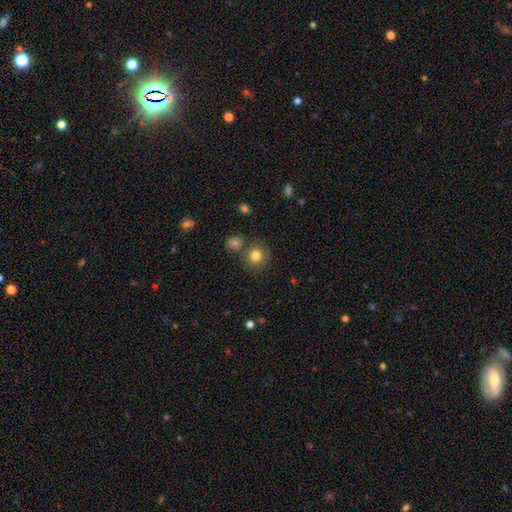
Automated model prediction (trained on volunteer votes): smooth 81%, star or artifact 11%, featured or disk 9%. Down the decision tree: how rounded — round (86%); merging — none (73%).